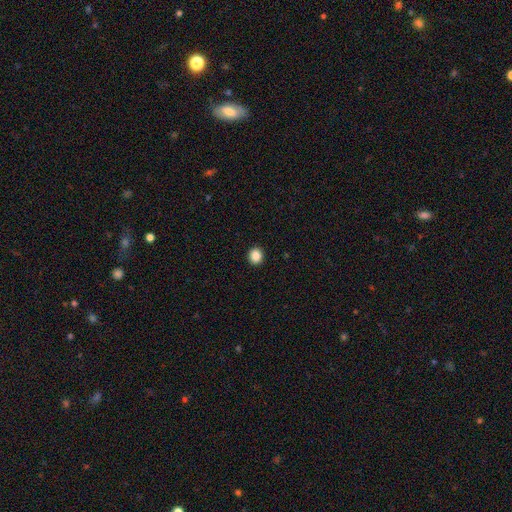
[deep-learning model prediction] Smooth or featured: smooth — 87% (star or artifact — 10%)
How rounded: round — 83% (in between — 16%)
Merging: none — 93% (minor disturbance — 4%)